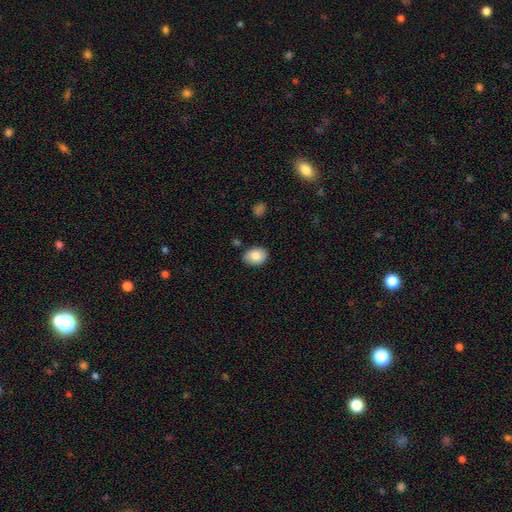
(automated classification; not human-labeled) The model was most divided on "how rounded": in between: 65%, round: 34%, cigar-shaped: 1%. More confident: smooth or featured — smooth (84%); merging — none (84%).